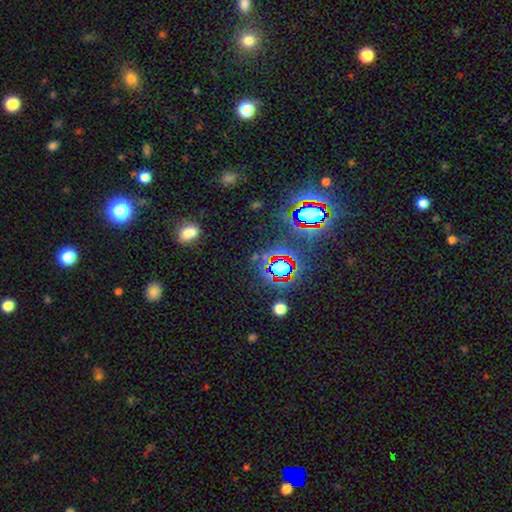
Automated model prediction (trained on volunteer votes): Morphology: type=star or artifact (78%).